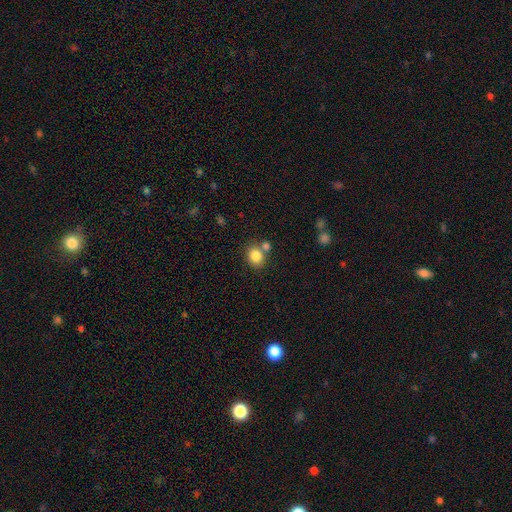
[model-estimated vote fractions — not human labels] Q: Smooth or featured?
A: smooth (84%); runner-up: star or artifact (10%)
Q: How rounded?
A: round (62%); runner-up: in between (37%)
Q: Merging?
A: none (59%); runner-up: merger (26%)